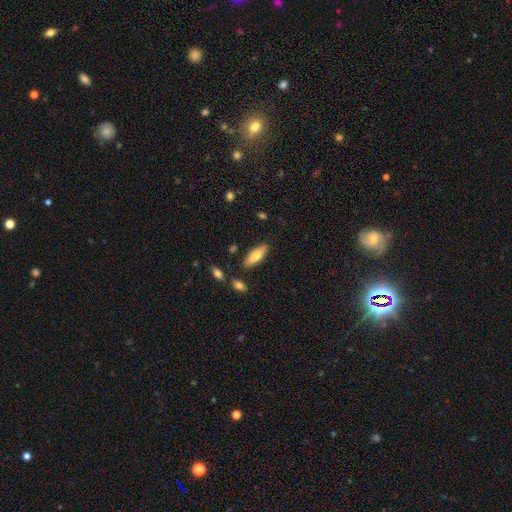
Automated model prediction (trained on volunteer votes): Smooth or featured? Predicted: smooth (p=0.69). How rounded? Predicted: in between (p=0.62). Merging? Predicted: none (p=0.83).